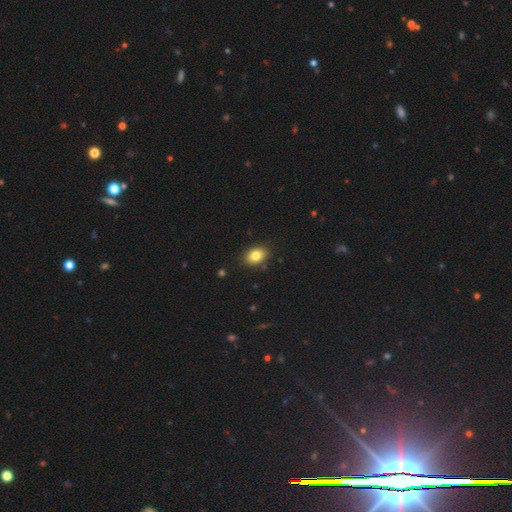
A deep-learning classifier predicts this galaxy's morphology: smooth 83%, star or artifact 9%, featured or disk 8%. Down the decision tree: how rounded — in between (76%); merging — none (87%).